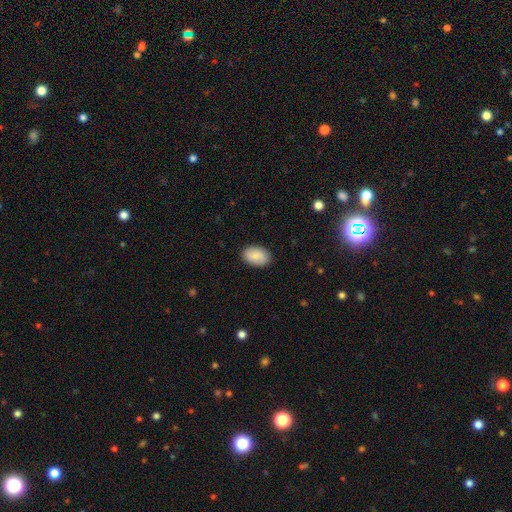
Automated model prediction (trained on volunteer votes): Morphology: type=smooth (89%); roundness=in between (90%); merging=none (88%).